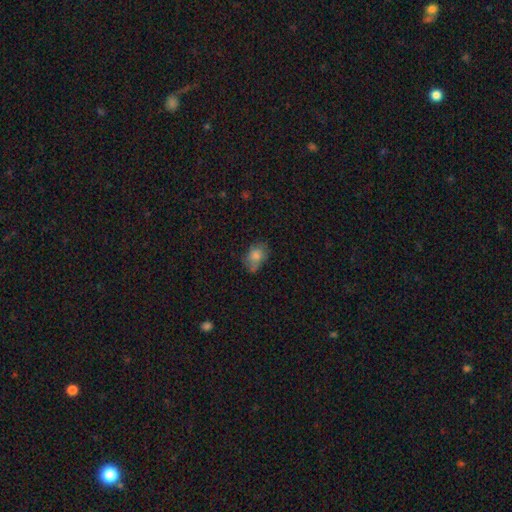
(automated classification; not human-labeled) Smooth or featured?
  - smooth: 76% *
  - featured or disk: 14%
  - star or artifact: 10%
How rounded?
  - in between: 79% *
  - round: 20%
  - cigar-shaped: 1%
Merging?
  - none: 55% *
  - minor disturbance: 31%
  - major disturbance: 11%
  - merger: 3%